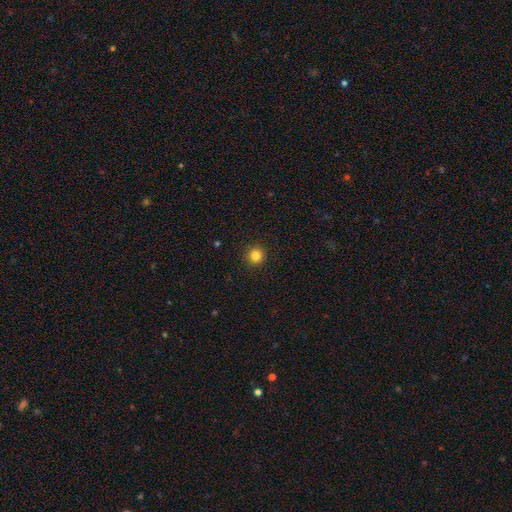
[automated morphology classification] Smooth or featured? smooth (83%)
How rounded? round (95%)
Merging? none (92%)